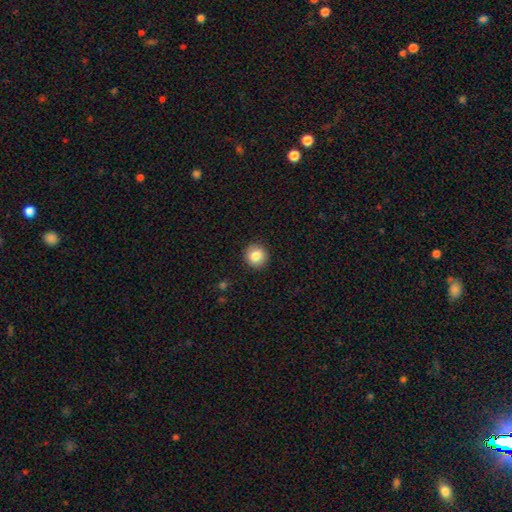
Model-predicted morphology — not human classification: This is clearly a smooth galaxy (85%). How rounded: clearly round (91%). Merging: clearly none (91%).